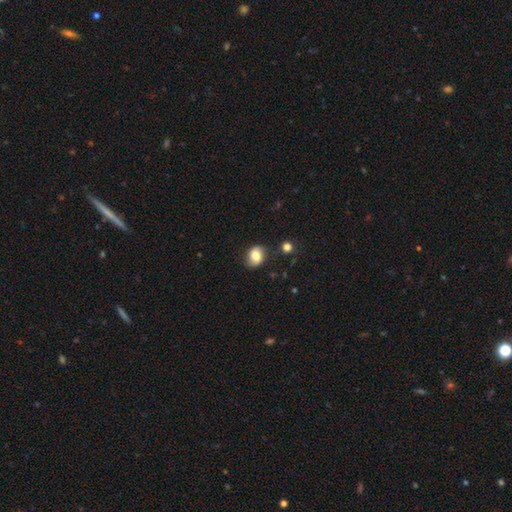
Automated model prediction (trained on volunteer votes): smooth_or_featured: smooth (p=0.71) [alt: featured or disk p=0.20]
how_rounded: in between (p=0.58) [alt: round p=0.41]
merging: none (p=0.75) [alt: minor disturbance p=0.18]